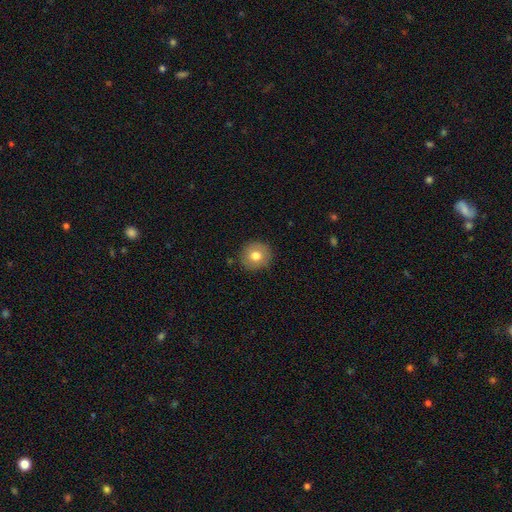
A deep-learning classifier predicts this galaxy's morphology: This appears to be a smooth galaxy with no disk features (76%) that is round (92%). Merging: none (88%).